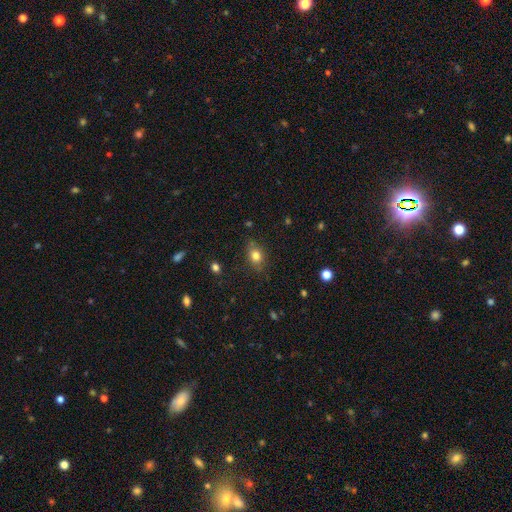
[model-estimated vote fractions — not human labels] A smooth galaxy with no disk features (79%) that is in between round and cigar-shaped (61%).

Vote fractions:
- Smooth or featured? smooth: 79% / star or artifact: 11% / featured or disk: 9%
- How rounded? in between: 61% / round: 37% / cigar-shaped: 2%
- Merging? none: 78% / minor disturbance: 16% / major disturbance: 4% / merger: 2%